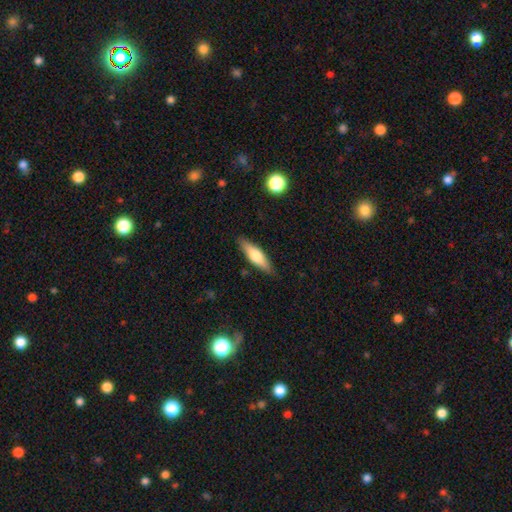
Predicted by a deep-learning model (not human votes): A smooth galaxy with no disk features (63%) that is cigar-shaped (58%). Merging: none (86%).